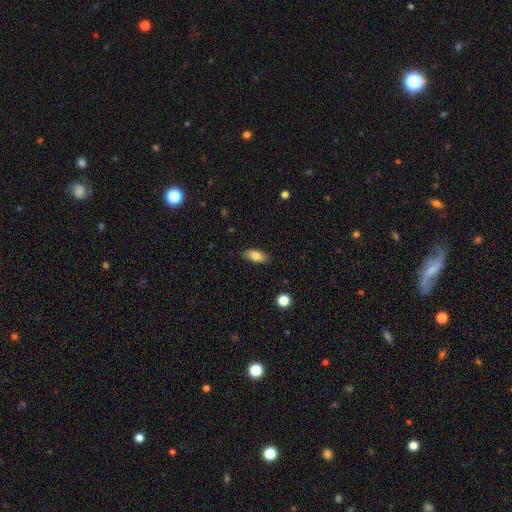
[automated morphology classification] Overall: smooth (83%). How rounded: in between (88%). Merging: none (83%).